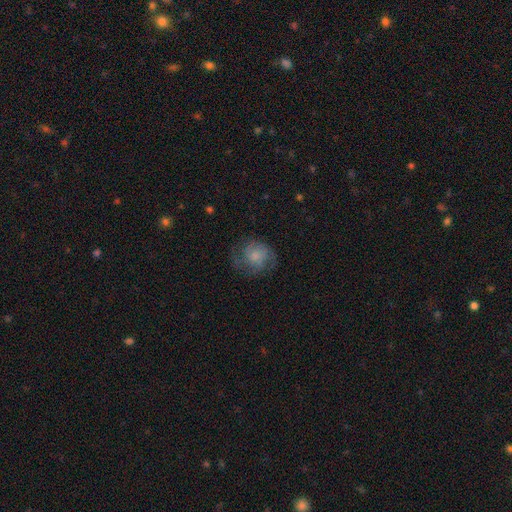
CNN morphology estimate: The model was most divided on "smooth or featured": smooth: 53%, featured or disk: 38%, star or artifact: 9%. More confident: how rounded — round (76%); merging — none (58%).